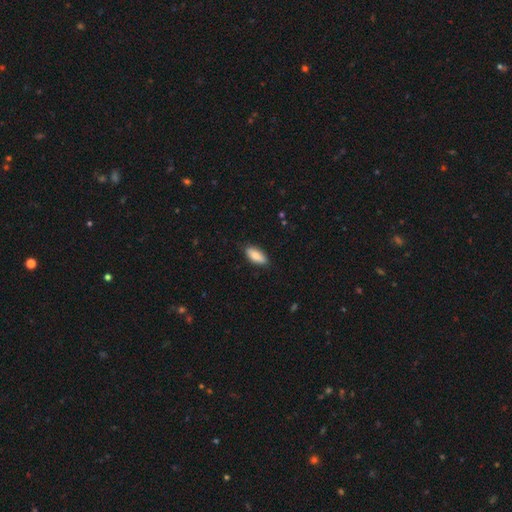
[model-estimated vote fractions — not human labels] smooth_or_featured: smooth (p=0.85) [alt: featured or disk p=0.09]
how_rounded: in between (p=0.84) [alt: cigar-shaped p=0.14]
merging: none (p=0.84) [alt: minor disturbance p=0.13]